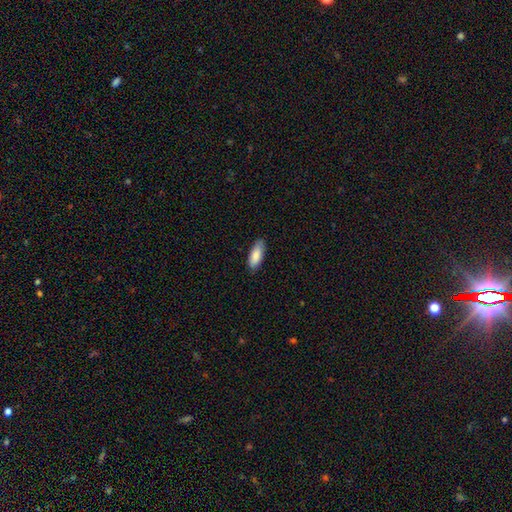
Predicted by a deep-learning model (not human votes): This appears to be a smooth galaxy with no disk features (86%) that is in between round and cigar-shaped (73%). Merging: none (84%).